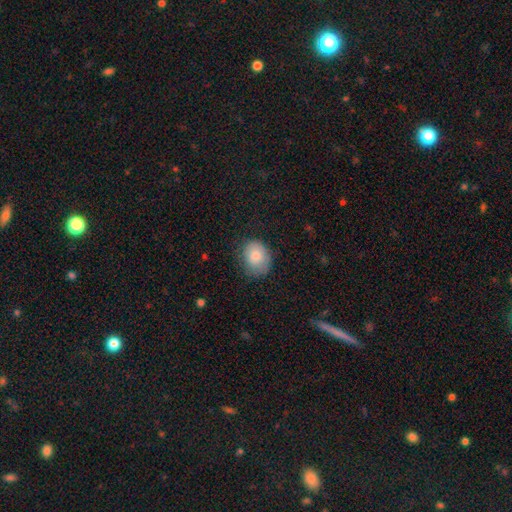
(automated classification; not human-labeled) A smooth galaxy with no disk features (82%) that is round (56%).

Vote fractions:
- Smooth or featured? smooth: 82% / featured or disk: 10% / star or artifact: 8%
- How rounded? round: 56% / in between: 43% / cigar-shaped: 1%
- Merging? none: 70% / minor disturbance: 22% / major disturbance: 6% / merger: 1%